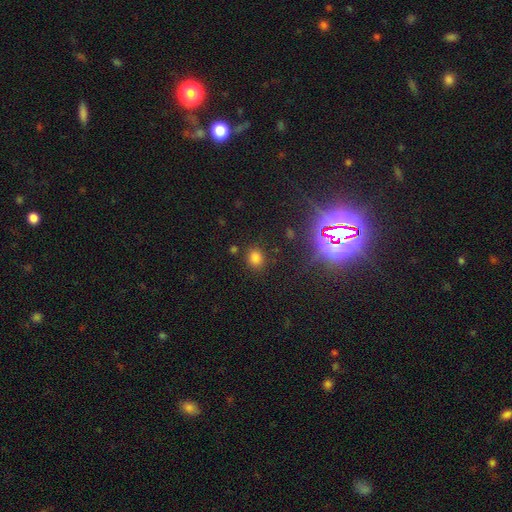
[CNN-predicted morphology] Q: Smooth or featured?
A: smooth (48%); runner-up: star or artifact (44%)
Q: Merging?
A: none (86%); runner-up: minor disturbance (8%)